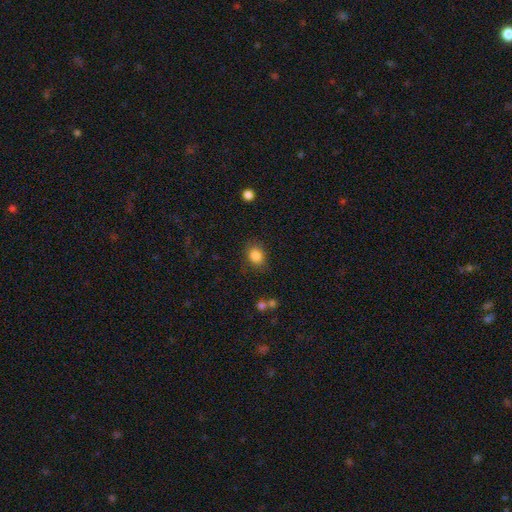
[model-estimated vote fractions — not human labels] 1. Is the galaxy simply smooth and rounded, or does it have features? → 85% smooth, 10% star or artifact, 5% featured or disk.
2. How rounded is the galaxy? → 52% in between, 47% round, 1% cigar-shaped.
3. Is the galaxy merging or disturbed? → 80% none, 14% minor disturbance, 4% major disturbance, 2% merger.